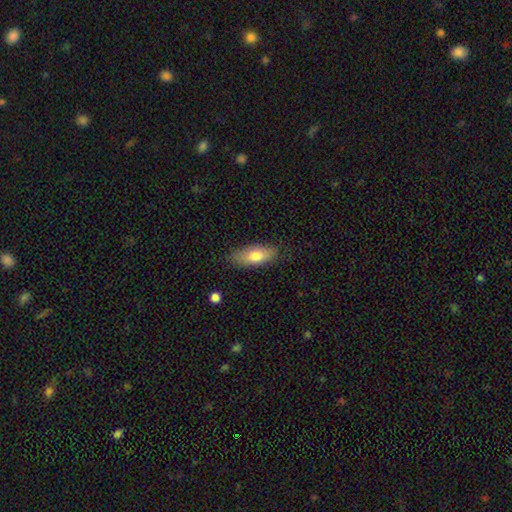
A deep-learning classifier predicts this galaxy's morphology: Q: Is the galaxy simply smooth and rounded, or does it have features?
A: smooth — 75%.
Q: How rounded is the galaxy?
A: in between — 78%.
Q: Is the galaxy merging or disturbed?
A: none — 81%.